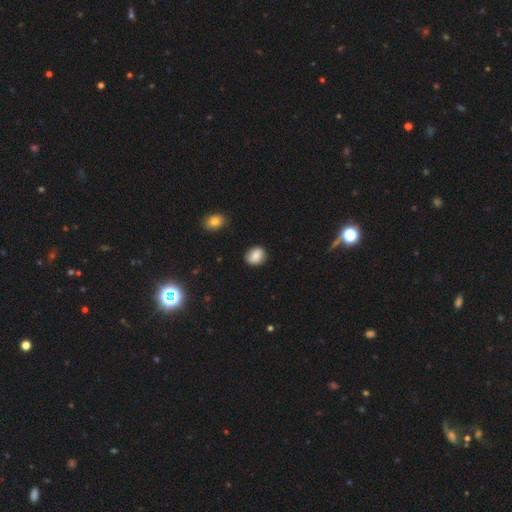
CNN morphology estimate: The model was most divided on "how rounded": round: 58%, in between: 41%, cigar-shaped: 1%. More confident: merging — none (86%); smooth or featured — smooth (82%).